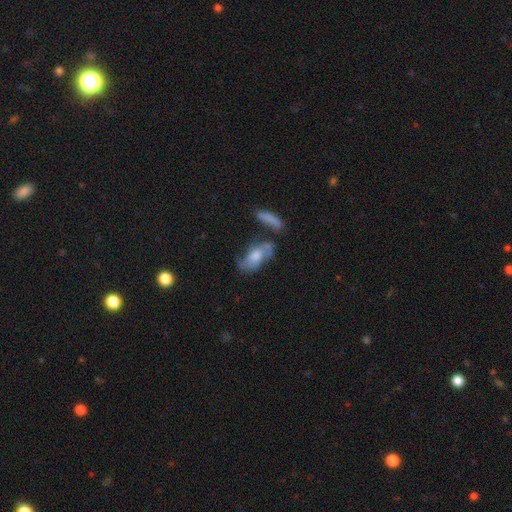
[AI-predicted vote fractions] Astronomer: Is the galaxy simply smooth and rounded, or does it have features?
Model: featured or disk — 58% (runner-up: smooth, 33%).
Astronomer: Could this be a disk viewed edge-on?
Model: no — 85%.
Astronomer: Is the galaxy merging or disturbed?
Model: none — 50%.